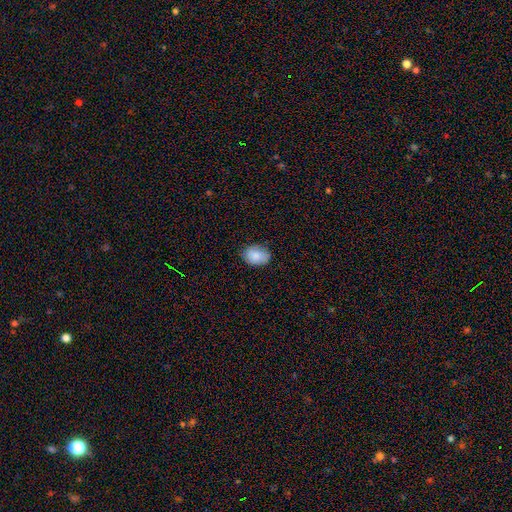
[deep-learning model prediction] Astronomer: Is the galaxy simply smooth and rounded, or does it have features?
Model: smooth — 86%.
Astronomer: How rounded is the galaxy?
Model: in between — 72%.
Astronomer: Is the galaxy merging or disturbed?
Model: none — 77%.